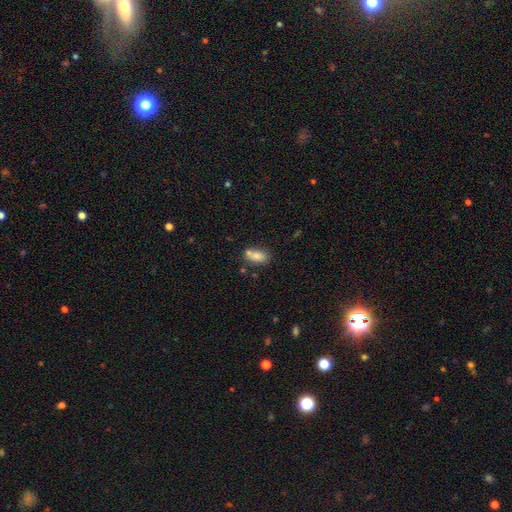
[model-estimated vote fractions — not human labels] Smooth or featured: smooth — 79% (featured or disk — 11%)
How rounded: in between — 85% (round — 9%)
Merging: none — 51% (merger — 29%)